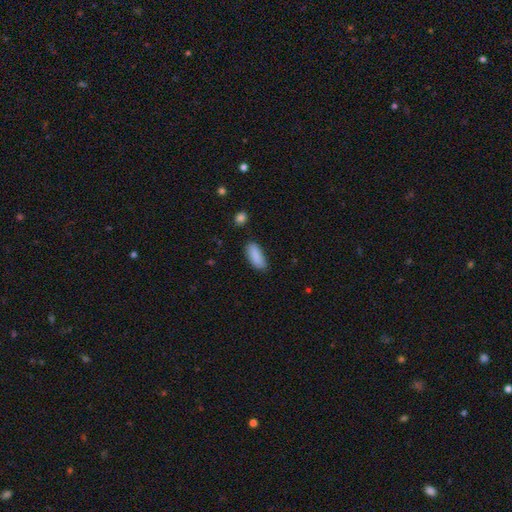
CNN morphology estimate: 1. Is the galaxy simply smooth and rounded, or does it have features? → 89% smooth, 7% star or artifact, 4% featured or disk.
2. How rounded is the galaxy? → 81% in between, 17% cigar-shaped, 2% round.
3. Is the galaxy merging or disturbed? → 79% none, 16% minor disturbance, 3% major disturbance, 2% merger.